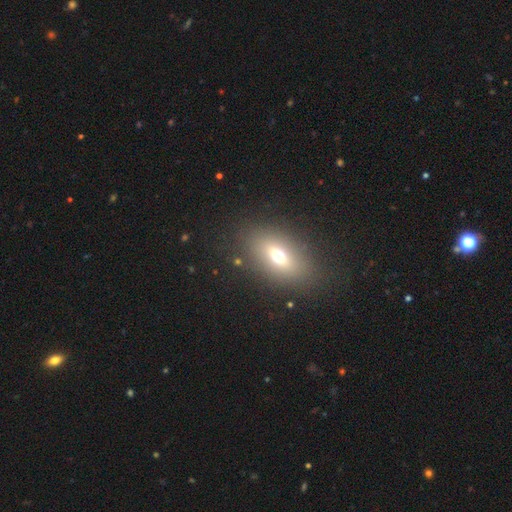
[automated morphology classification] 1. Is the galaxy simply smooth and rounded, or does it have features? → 61% smooth, 20% star or artifact, 18% featured or disk.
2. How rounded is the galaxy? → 80% in between, 13% round, 7% cigar-shaped.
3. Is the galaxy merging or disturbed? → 87% none, 8% minor disturbance, 3% major disturbance, 2% merger.